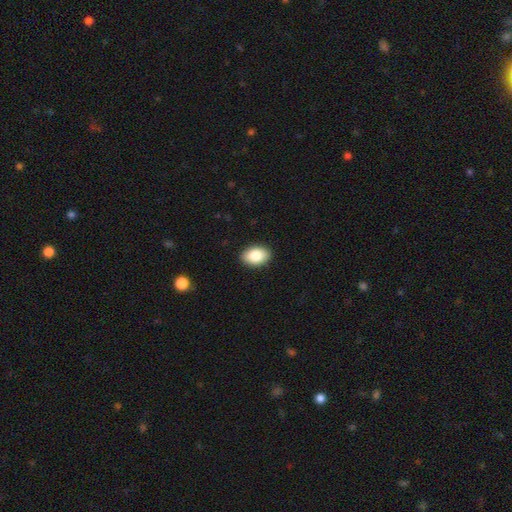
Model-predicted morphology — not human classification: smooth 85%, featured or disk 7%, star or artifact 7%. Down the decision tree: how rounded — in between (85%); merging — none (90%).